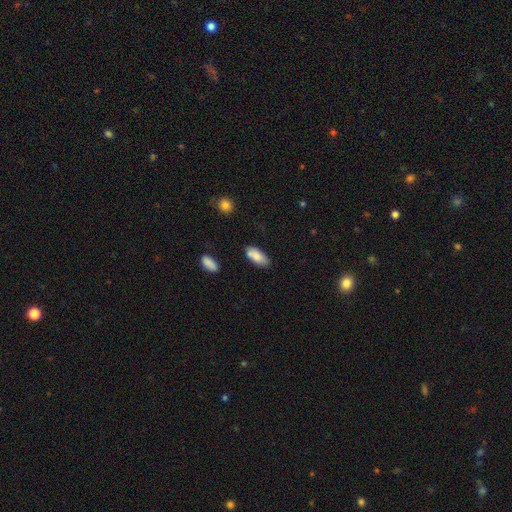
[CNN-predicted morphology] This appears to be a smooth galaxy with no disk features (81%) that is in between round and cigar-shaped (84%). Merging: none (71%).